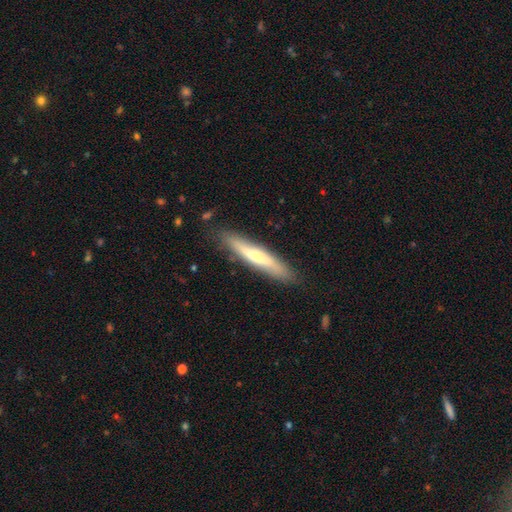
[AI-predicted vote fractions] smooth_or_featured: smooth (p=0.53) [alt: featured or disk p=0.41]
how_rounded: cigar-shaped (p=0.91) [alt: in between p=0.08]
merging: none (p=0.85) [alt: minor disturbance p=0.12]